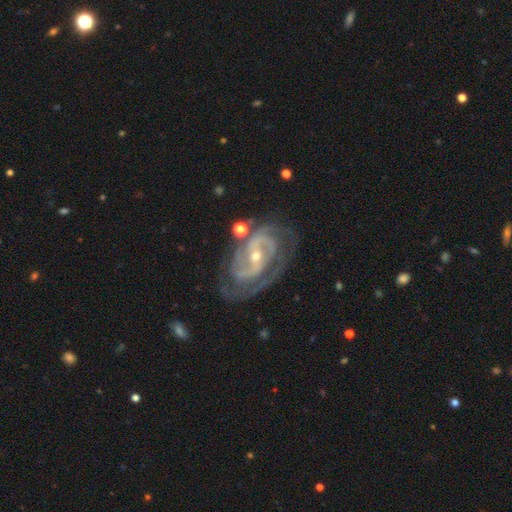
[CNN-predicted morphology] Smooth or featured? Predicted: featured or disk (p=0.91). Edge-on disk? Predicted: no (p=0.97). Bar? Predicted: no (p=0.41). Spiral arms? Predicted: yes (p=0.97). Spiral winding? Predicted: tight (p=0.57). Spiral arm count? Predicted: 2 (p=0.50). Bulge size? Predicted: small (p=0.67). Merging? Predicted: none (p=0.65).